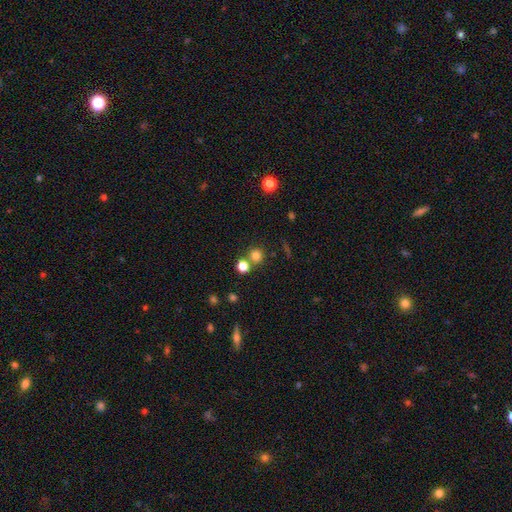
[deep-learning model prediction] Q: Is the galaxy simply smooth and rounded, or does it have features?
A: smooth — 78%.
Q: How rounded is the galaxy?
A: round — 92%.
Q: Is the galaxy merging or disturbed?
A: none — 71%.